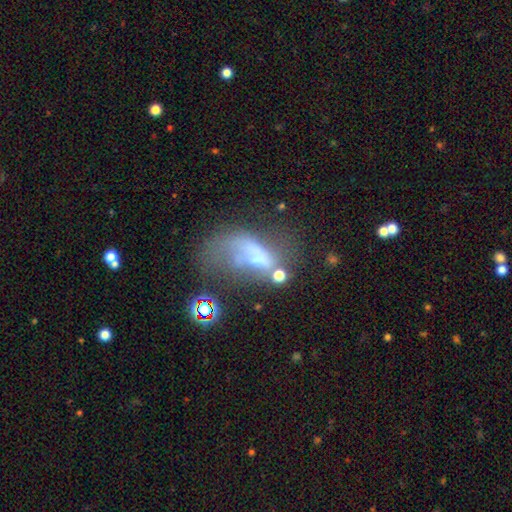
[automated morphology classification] The model was most divided on "smooth or featured": featured or disk: 45%, smooth: 36%, star or artifact: 19%. Remaining: merging — major disturbance (44%).